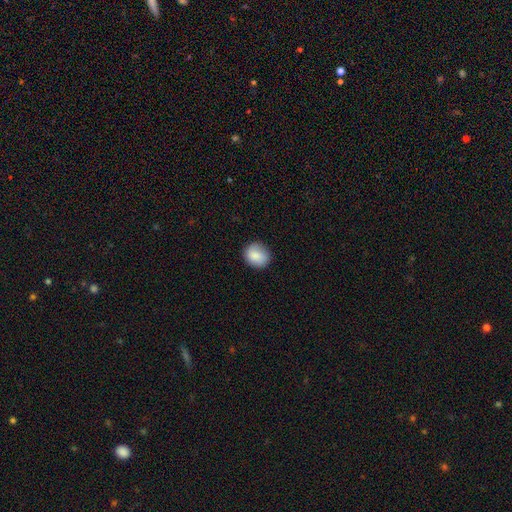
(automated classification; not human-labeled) Smooth or featured?
  - smooth: 86% *
  - star or artifact: 7%
  - featured or disk: 6%
How rounded?
  - round: 77% *
  - in between: 22%
  - cigar-shaped: 1%
Merging?
  - none: 86% *
  - minor disturbance: 11%
  - major disturbance: 3%
  - merger: 1%